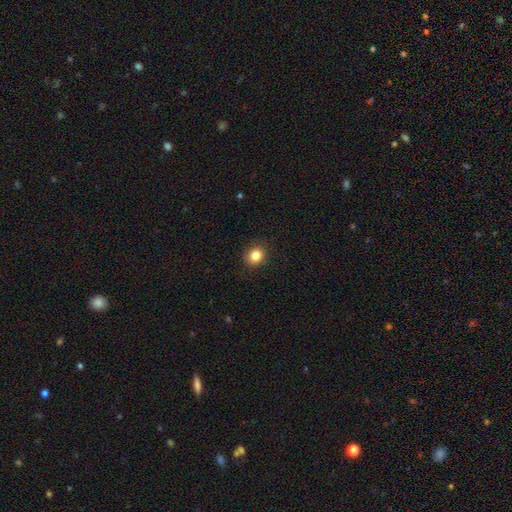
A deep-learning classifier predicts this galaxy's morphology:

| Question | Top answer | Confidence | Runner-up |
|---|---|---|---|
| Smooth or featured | smooth | 84% | star or artifact (11%) |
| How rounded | round | 73% | in between (26%) |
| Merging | none | 88% | minor disturbance (9%) |